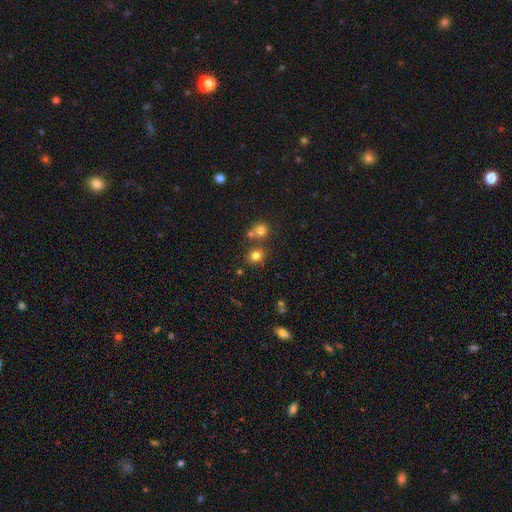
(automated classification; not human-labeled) This is likely a smooth galaxy (78%). How rounded: likely round (75%). Merging: likely none (67%).